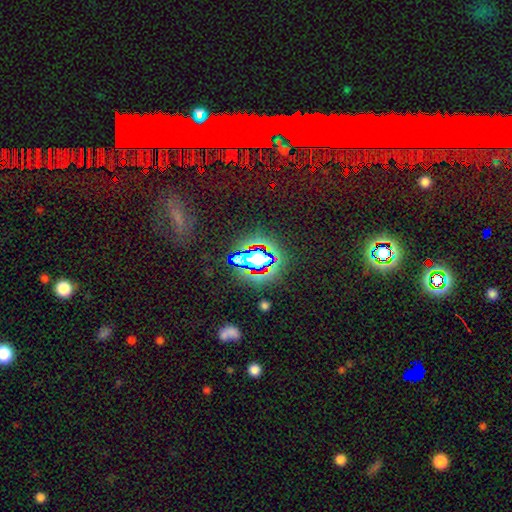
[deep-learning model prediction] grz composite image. It shows a star or artifact, not a galaxy (64%).